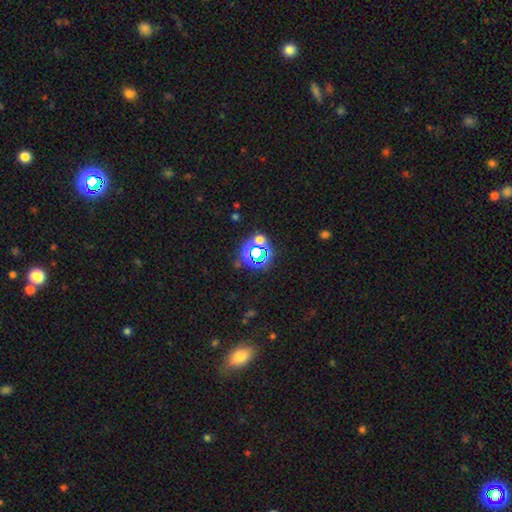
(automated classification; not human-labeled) This is likely a star or artifact rather than a galaxy (67%).